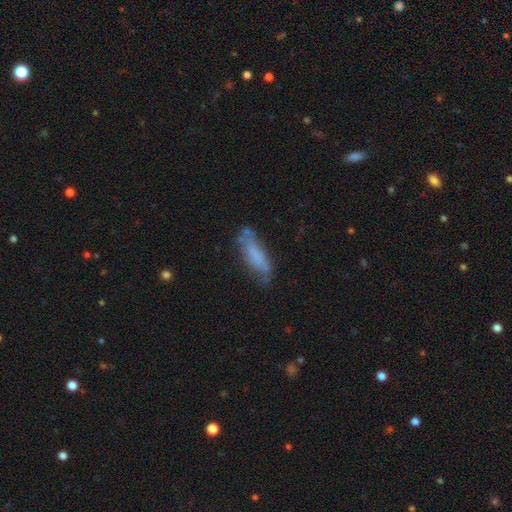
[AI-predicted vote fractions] This is likely a smooth galaxy (67%). How rounded: possibly cigar-shaped (53%). Merging: possibly none (54%).